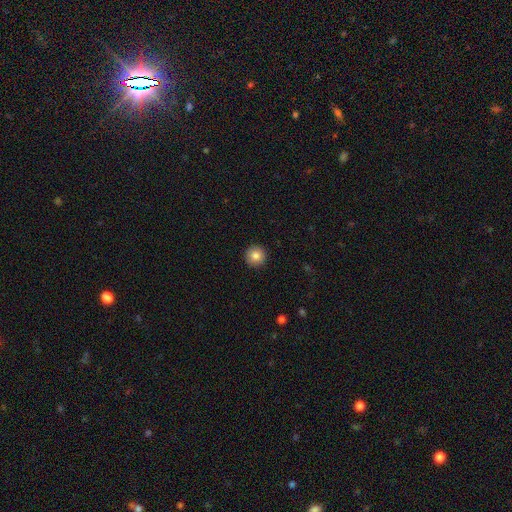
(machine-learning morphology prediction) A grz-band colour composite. It shows a smooth galaxy with no disk features (83%) that is round (96%). Merging: none (93%).